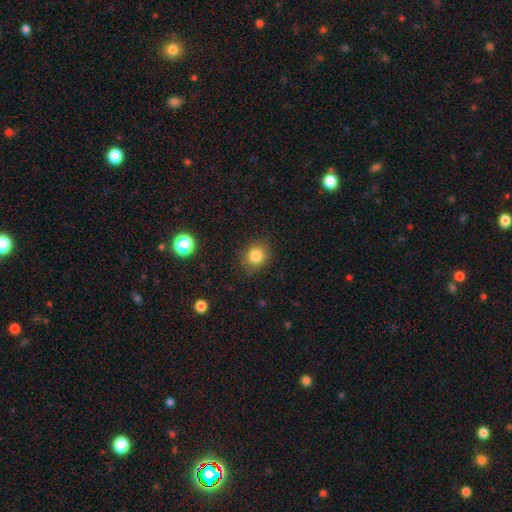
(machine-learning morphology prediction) This appears to be a smooth galaxy with no disk features (83%) that is round (71%). Merging: none (82%).